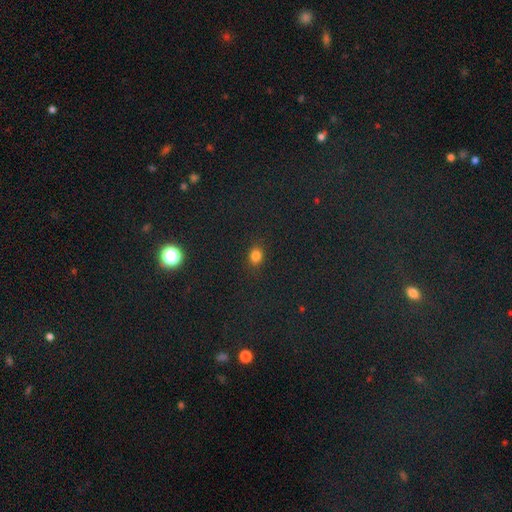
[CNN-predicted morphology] A smooth galaxy with no disk features (82%) that is round (58%).

Vote fractions:
- Smooth or featured? smooth: 82% / star or artifact: 14% / featured or disk: 5%
- How rounded? round: 58% / in between: 41% / cigar-shaped: 1%
- Merging? none: 86% / minor disturbance: 9% / major disturbance: 3% / merger: 1%